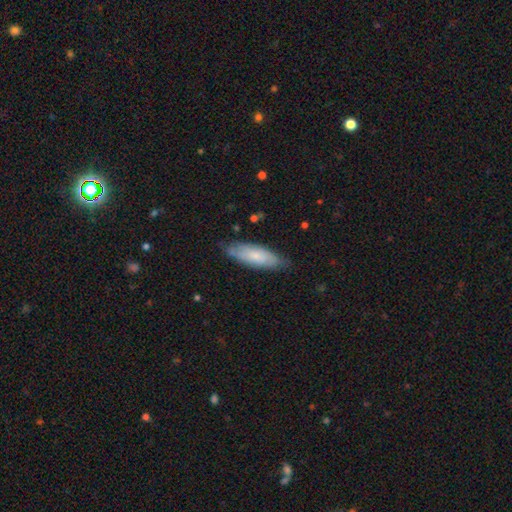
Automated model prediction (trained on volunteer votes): The model was most divided on "how rounded": in between: 58%, cigar-shaped: 40%, round: 2%. More confident: merging — none (75%); smooth or featured — smooth (66%).